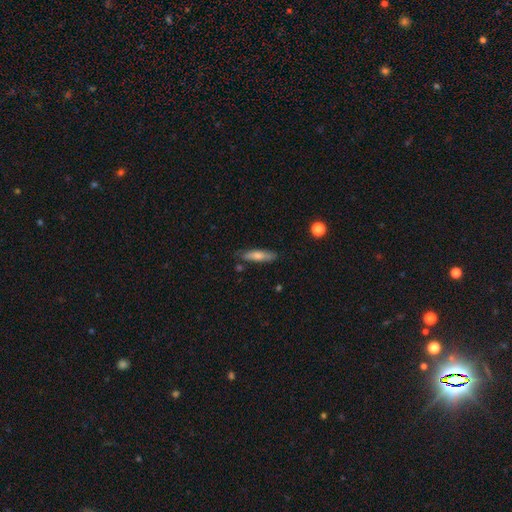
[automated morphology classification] Smooth or featured: smooth — 61% (featured or disk — 32%)
How rounded: cigar-shaped — 77% (in between — 21%)
Merging: none — 82% (minor disturbance — 13%)